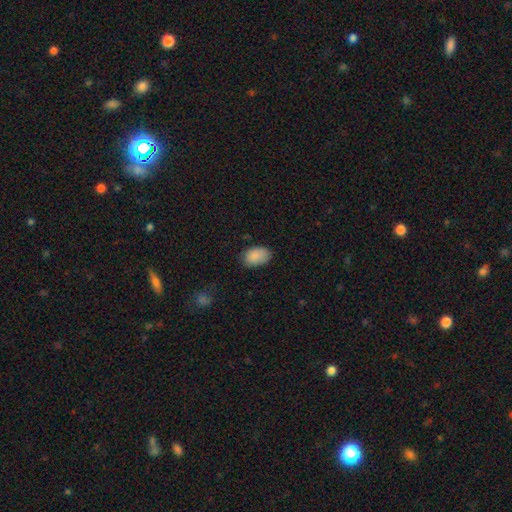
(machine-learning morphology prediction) Smooth or featured: smooth — 89% (star or artifact — 7%)
How rounded: in between — 90% (round — 9%)
Merging: none — 80% (minor disturbance — 16%)